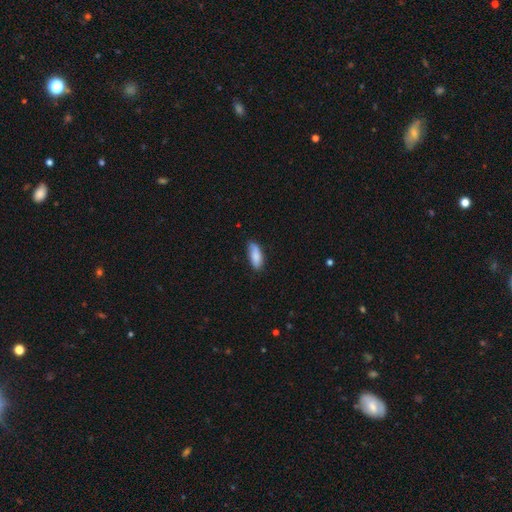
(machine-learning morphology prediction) A smooth galaxy with no disk features (84%) that is in between round and cigar-shaped (74%). Merging: none (70%).